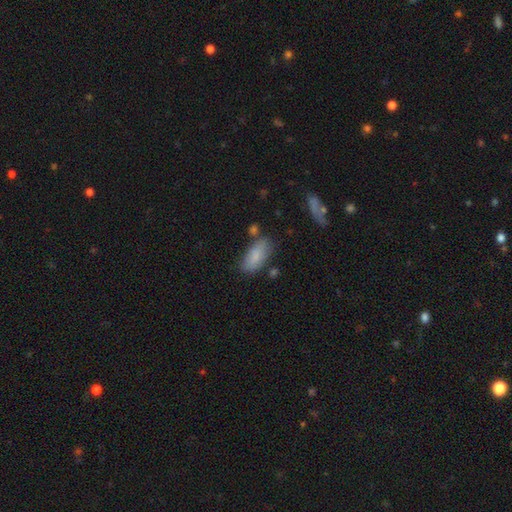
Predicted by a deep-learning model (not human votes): The model was most divided on "merging": none: 69%, minor disturbance: 19%, merger: 7%, major disturbance: 5%. More confident: how rounded — in between (86%); smooth or featured — smooth (81%).